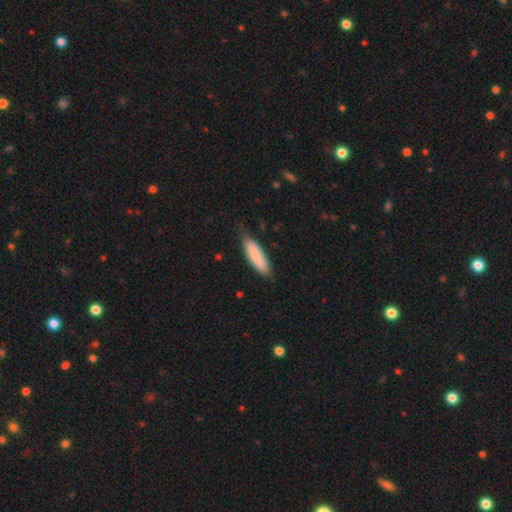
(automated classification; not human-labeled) Smooth or featured? smooth (84%)
How rounded? cigar-shaped (54%)
Merging? none (72%)